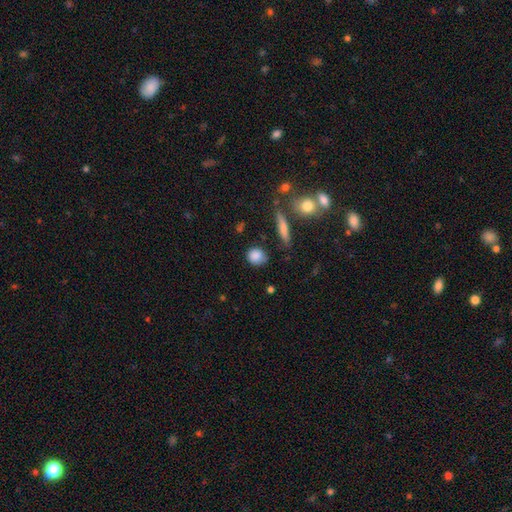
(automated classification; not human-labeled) Q: Smooth or featured?
A: smooth (84%); runner-up: star or artifact (8%)
Q: How rounded?
A: round (70%); runner-up: in between (26%)
Q: Merging?
A: none (73%); runner-up: minor disturbance (19%)